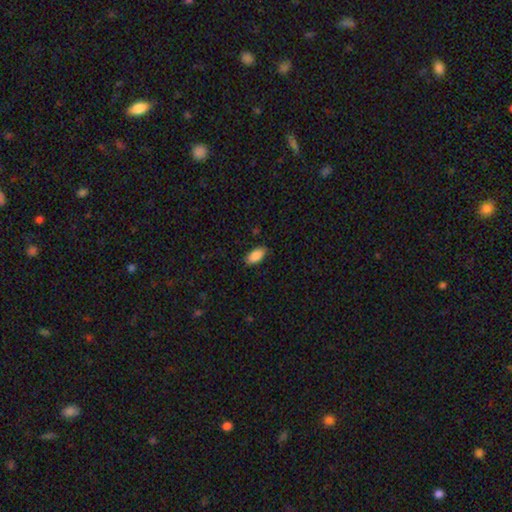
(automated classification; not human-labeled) Overall: smooth (88%). How rounded: in between (93%). Merging: none (86%).